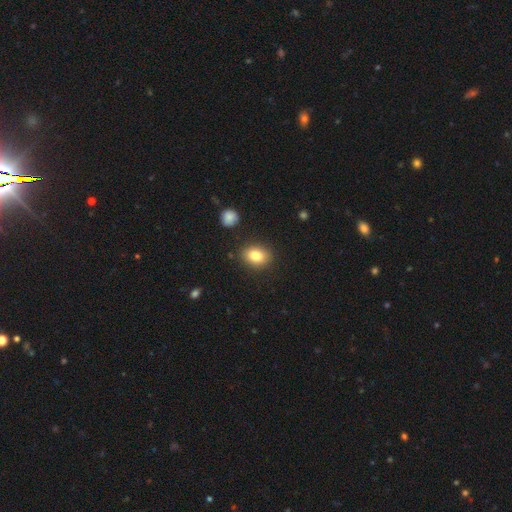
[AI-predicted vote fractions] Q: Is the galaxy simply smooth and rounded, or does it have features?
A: smooth — 82%.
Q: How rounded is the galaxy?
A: in between — 65%.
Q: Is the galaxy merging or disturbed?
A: none — 86%.